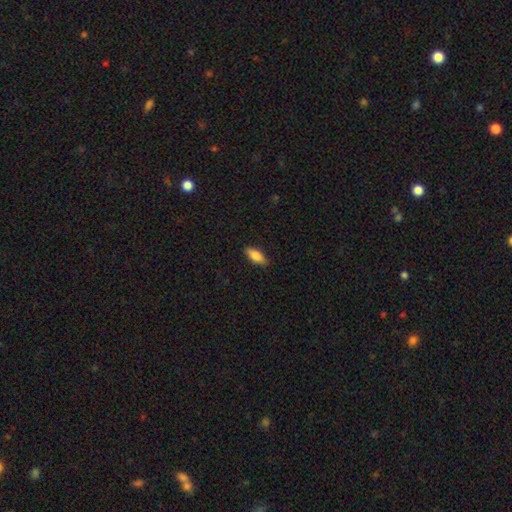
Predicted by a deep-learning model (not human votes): Overall: smooth (82%). How rounded: in between (79%). Merging: none (86%).